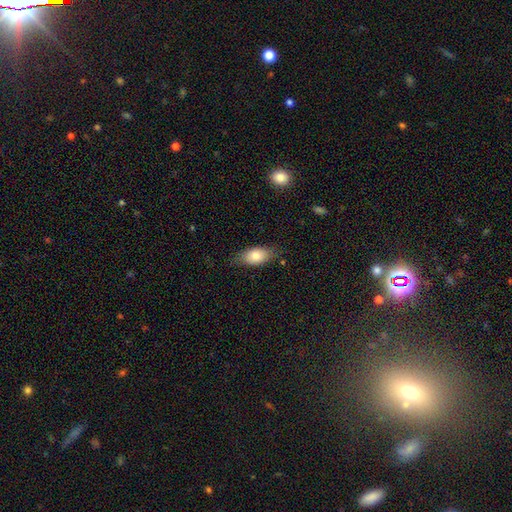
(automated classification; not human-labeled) This is likely a smooth galaxy (78%). How rounded: clearly in between (87%). Merging: likely none (76%).